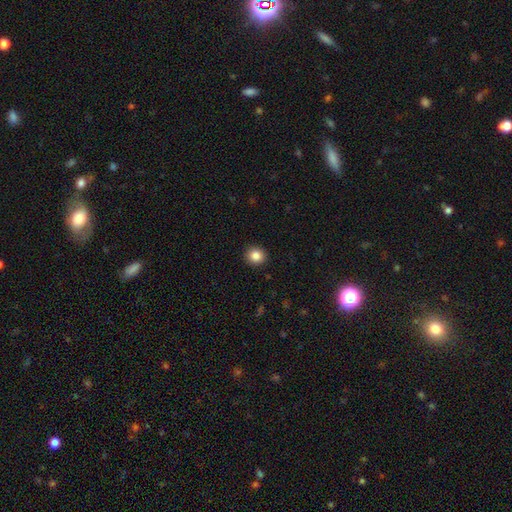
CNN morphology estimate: smooth 86%, star or artifact 10%, featured or disk 4%. Down the decision tree: how rounded — round (88%); merging — none (92%).